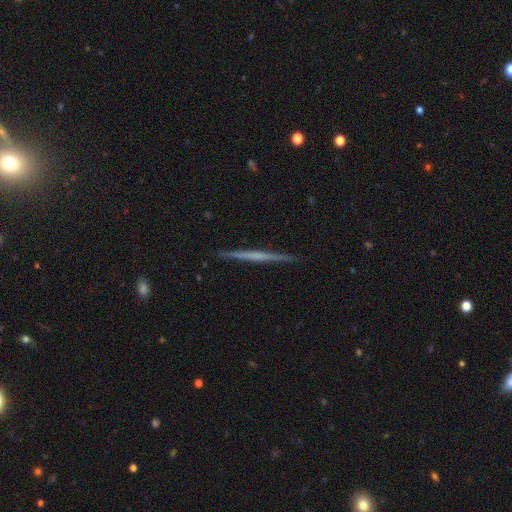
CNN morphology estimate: This is likely a featured or disk galaxy (63%). It is clearly viewed edge-on (98%). Edge-on bulge: likely none (77%). Merging: clearly none (92%).